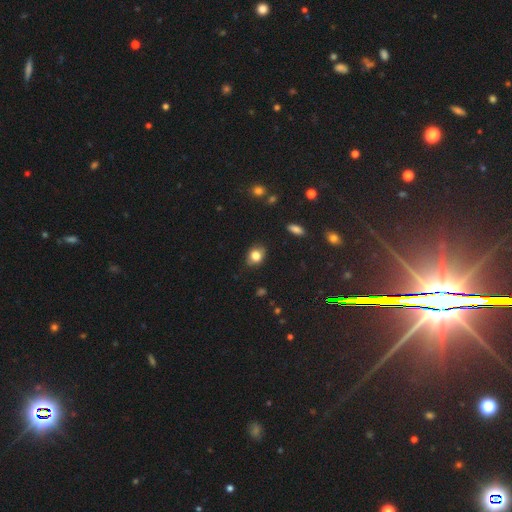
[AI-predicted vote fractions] Q: Smooth or featured?
A: smooth (80%); runner-up: star or artifact (10%)
Q: How rounded?
A: in between (51%); runner-up: round (47%)
Q: Merging?
A: none (78%); runner-up: minor disturbance (17%)